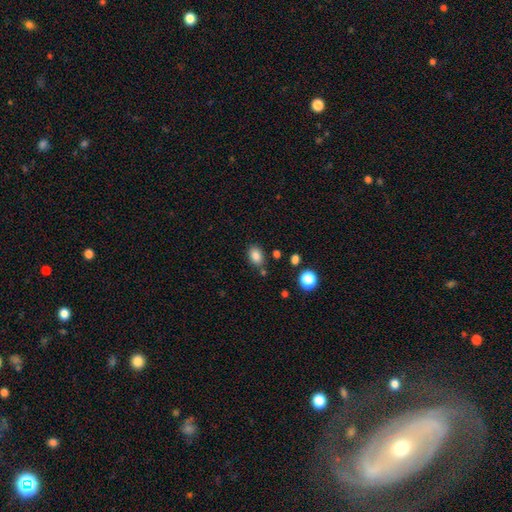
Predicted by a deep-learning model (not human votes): Smooth or featured: smooth — 84% (star or artifact — 10%)
How rounded: in between — 76% (round — 23%)
Merging: none — 79% (minor disturbance — 12%)